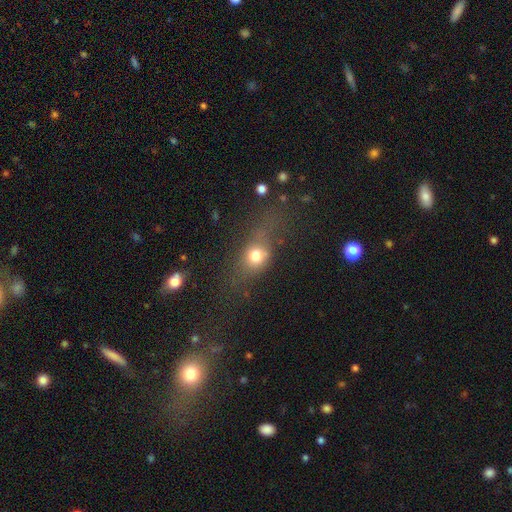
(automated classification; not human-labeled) smooth_or_featured: smooth (p=0.69) [alt: featured or disk p=0.16]
how_rounded: round (p=0.47) [tied with: in between p=0.47]
merging: none (p=0.47) [alt: major disturbance p=0.26]